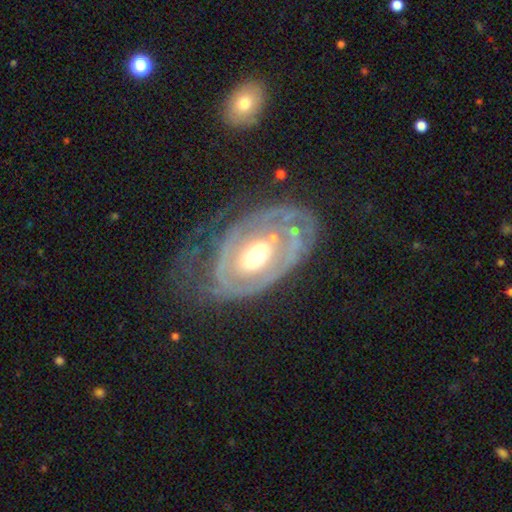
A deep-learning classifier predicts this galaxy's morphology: featured or disk 82%, smooth 13%, star or artifact 5%. Down the decision tree: edge-on disk — no (95%); bar — no (72%); spiral arms — yes (72%); spiral arm count — can't tell (43%); spiral winding — tight (64%); bulge size — moderate (67%); merging — none (49%).